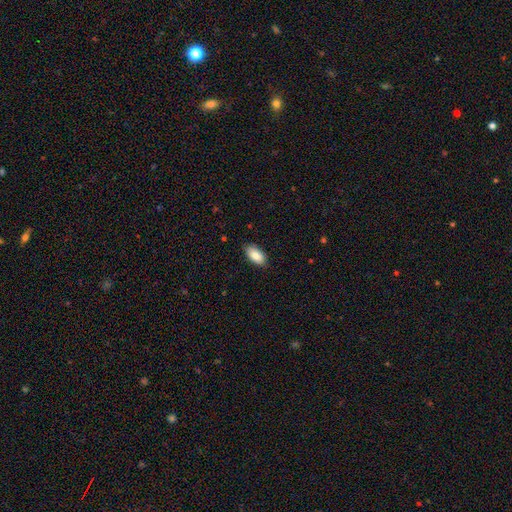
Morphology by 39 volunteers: Q: Smooth or featured?
A: smooth (82%); runner-up: featured or disk (18%)
Q: How rounded?
A: in between (94%); runner-up: round (3%)
Q: Merging?
A: none (92%); runner-up: minor disturbance (5%)